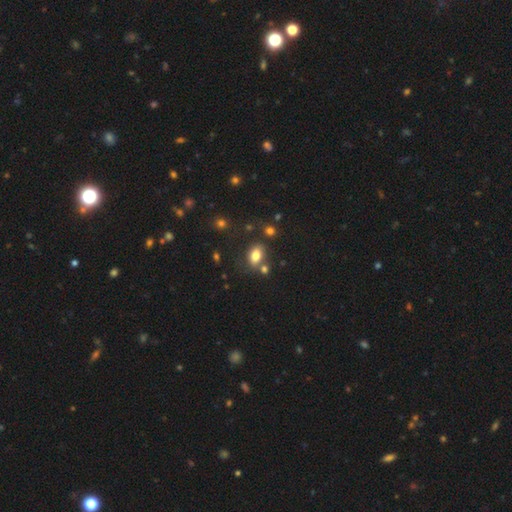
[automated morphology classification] Q: Smooth or featured?
A: smooth (79%); runner-up: star or artifact (11%)
Q: How rounded?
A: in between (83%); runner-up: round (15%)
Q: Merging?
A: none (67%); runner-up: merger (15%)